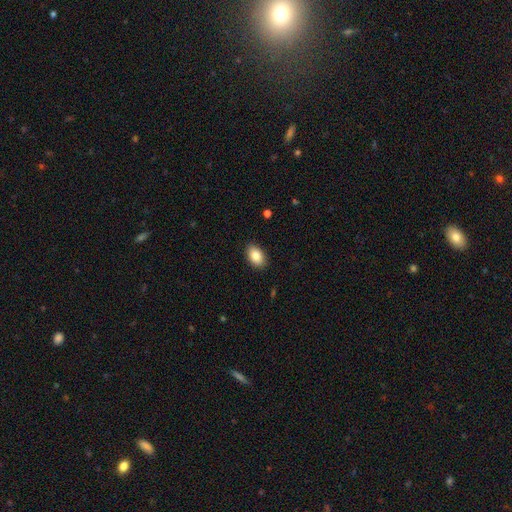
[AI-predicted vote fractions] smooth-or-featured: smooth: 86% | star or artifact: 7% | featured or disk: 6%
  how-rounded: in between: 90% | round: 8% | cigar-shaped: 1%
  merging: none: 89% | minor disturbance: 8% | major disturbance: 2% | merger: 1%